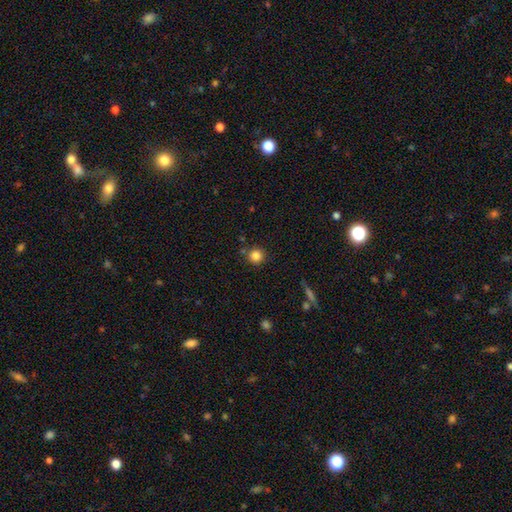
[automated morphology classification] smooth-or-featured: smooth: 83% | star or artifact: 12% | featured or disk: 5%
  how-rounded: round: 94% | in between: 5% | cigar-shaped: 1%
  merging: none: 85% | minor disturbance: 8% | merger: 5% | major disturbance: 2%